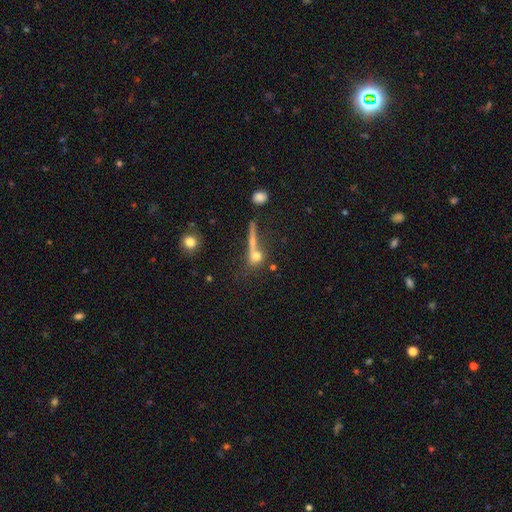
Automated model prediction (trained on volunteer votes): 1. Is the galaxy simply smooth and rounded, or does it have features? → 60% smooth, 25% featured or disk, 15% star or artifact.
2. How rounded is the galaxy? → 56% round, 24% cigar-shaped, 20% in between.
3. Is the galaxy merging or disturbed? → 44% none, 31% merger, 12% major disturbance, 12% minor disturbance.